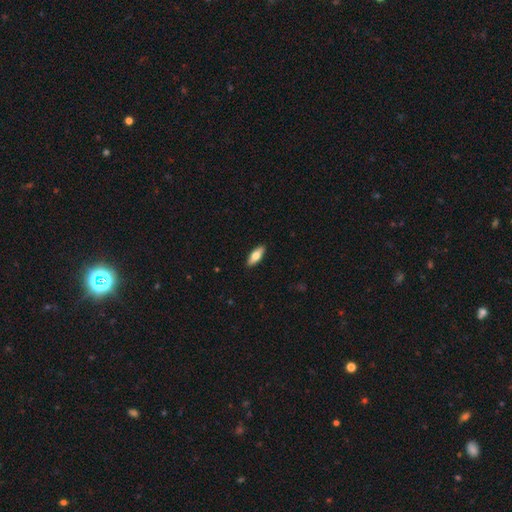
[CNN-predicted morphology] A smooth galaxy with no disk features (69%) that is in between round and cigar-shaped (67%).

Vote fractions:
- Smooth or featured? smooth: 69% / featured or disk: 25% / star or artifact: 6%
- How rounded? in between: 67% / cigar-shaped: 30% / round: 2%
- Merging? none: 90% / minor disturbance: 7% / major disturbance: 2% / merger: 1%